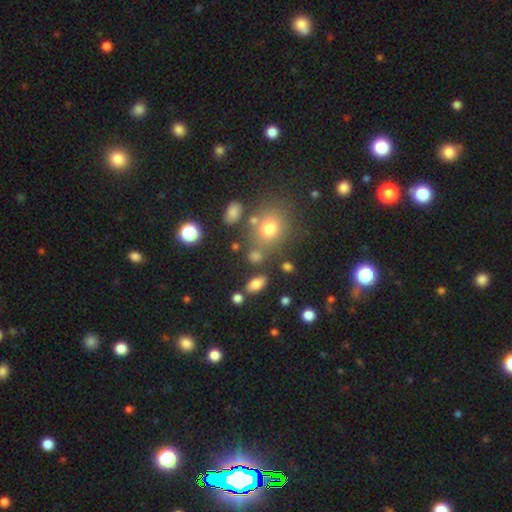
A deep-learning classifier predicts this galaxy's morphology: Smooth or featured?
  - smooth: 73% *
  - star or artifact: 16%
  - featured or disk: 11%
How rounded?
  - in between: 62% *
  - round: 34%
  - cigar-shaped: 4%
Merging?
  - none: 71% *
  - minor disturbance: 12%
  - merger: 12%
  - major disturbance: 5%